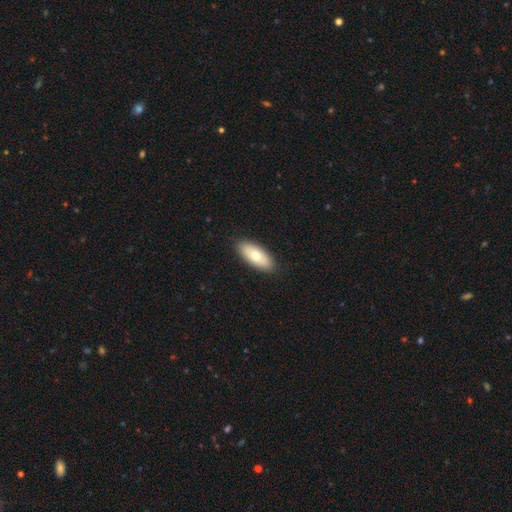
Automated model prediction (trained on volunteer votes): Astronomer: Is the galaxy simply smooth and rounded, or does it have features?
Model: smooth — 73%.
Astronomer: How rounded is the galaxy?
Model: in between — 85%.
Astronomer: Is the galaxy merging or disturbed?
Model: none — 89%.